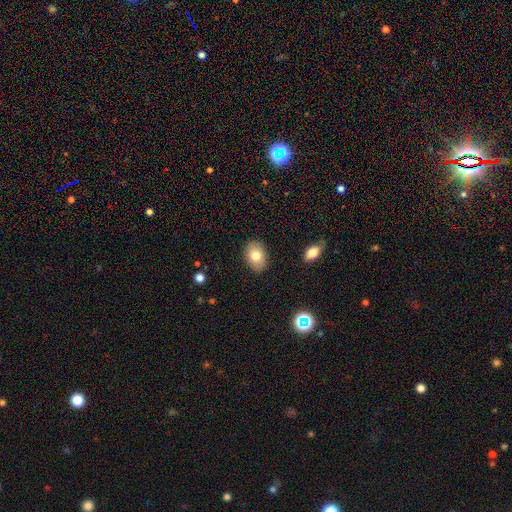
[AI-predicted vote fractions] Smooth or featured? Predicted: smooth (p=0.80). How rounded? Predicted: in between (p=0.80). Merging? Predicted: none (p=0.87).